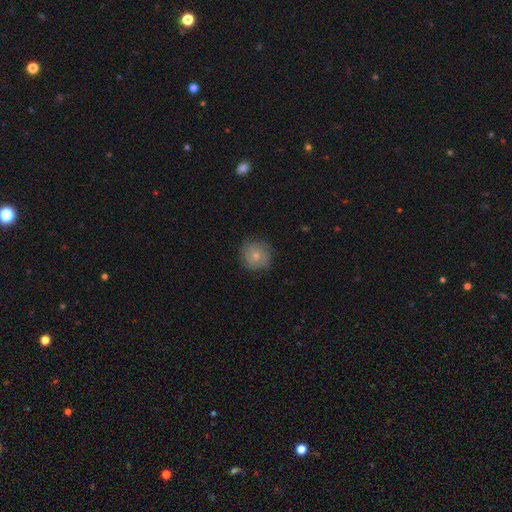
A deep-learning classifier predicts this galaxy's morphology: featured or disk 49%, smooth 43%, star or artifact 7%. Down the decision tree: merging — none (79%).